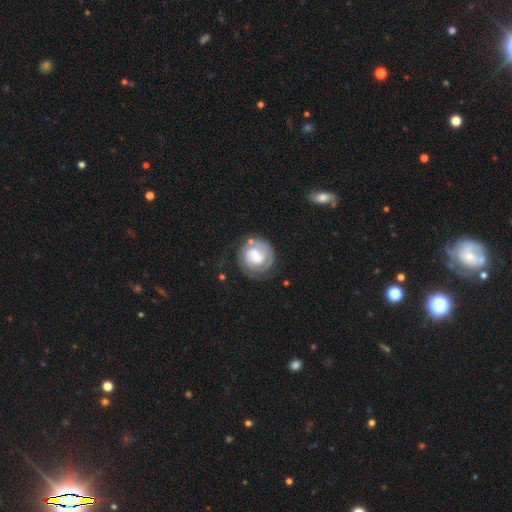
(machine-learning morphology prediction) Smooth or featured? Predicted: featured or disk (p=0.67). Edge-on disk? Predicted: no (p=0.98). Bar? Predicted: no (p=0.48). Spiral arms? Predicted: yes (p=0.85). Spiral winding? Predicted: tight (p=0.66). Spiral arm count? Predicted: 2 (p=0.44). Bulge size? Predicted: moderate (p=0.32, tied with small). Merging? Predicted: none (p=0.66).